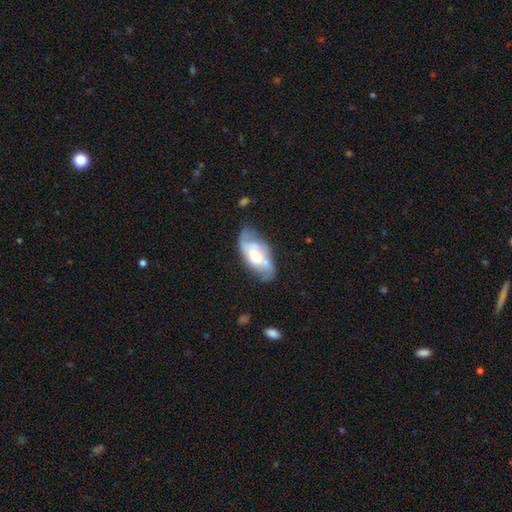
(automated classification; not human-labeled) smooth-or-featured: featured or disk: 61% | smooth: 33% | star or artifact: 6%
  disk-edge-on: no: 89% | yes: 11%
    bar: no: 59% | weak: 32% | strong: 9%
    has-spiral-arms: yes: 68% | no: 32%
    bulge-size: moderate: 61% | large: 23% | small: 12% | none: 2% | dominant: 2%
  merging: none: 48% | minor disturbance: 32% | major disturbance: 14% | merger: 6%